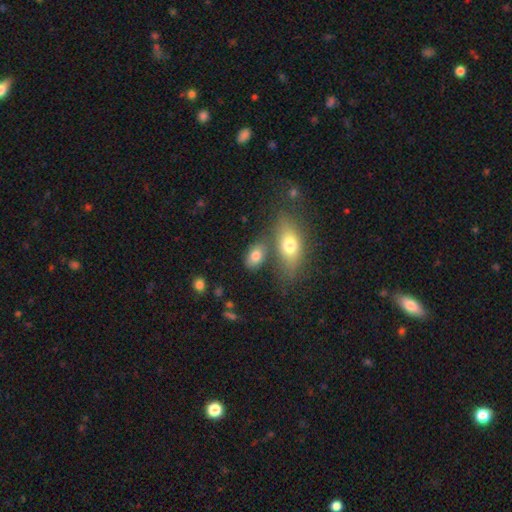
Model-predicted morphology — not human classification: This appears to be a smooth galaxy with no disk features (78%) that is in between round and cigar-shaped (87%). Merging: none (59%).